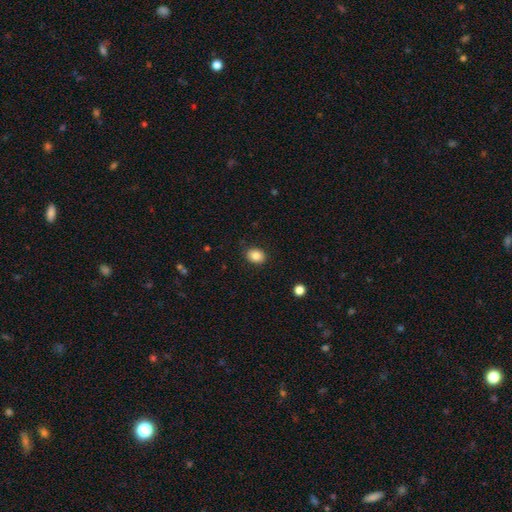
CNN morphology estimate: A smooth galaxy with no disk features (84%) that is in between round and cigar-shaped (56%). Merging: none (87%).